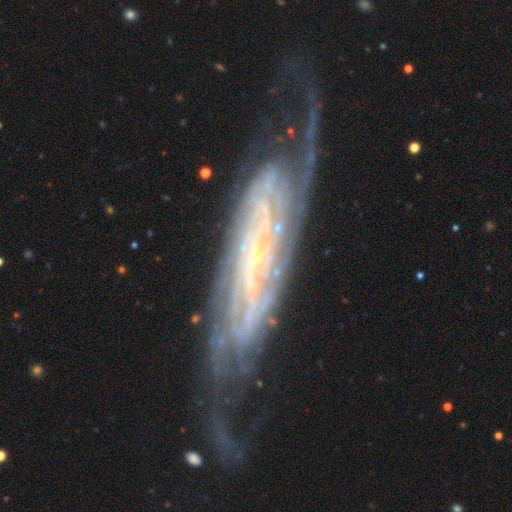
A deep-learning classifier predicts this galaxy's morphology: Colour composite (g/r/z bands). It shows a featured or disk galaxy (87%) with no bar (53%), 2 (34%) tight (54%) spiral arms (95%) and a small central bulge (81%). Merging: none (65%).